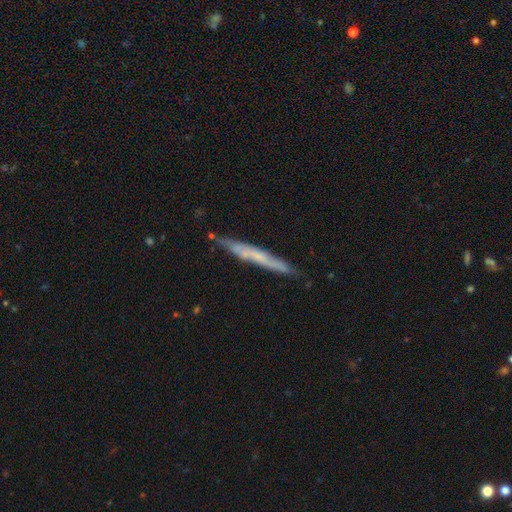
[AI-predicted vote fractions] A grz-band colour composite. It shows a featured or disk galaxy (52%) viewed edge-on (91%). Merging: none (83%).